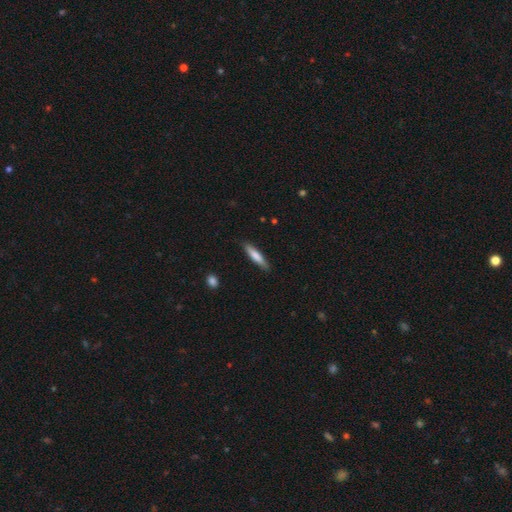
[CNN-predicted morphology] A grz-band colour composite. It shows a smooth galaxy with no disk features (72%) that is cigar-shaped (86%). Merging: none (87%).